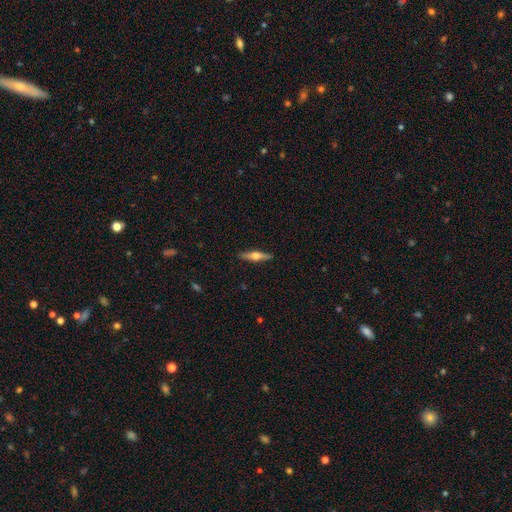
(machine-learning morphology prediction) This is likely a featured or disk galaxy (63%). It is clearly viewed edge-on (97%). Edge-on bulge: clearly rounded (94%). Merging: clearly none (90%).